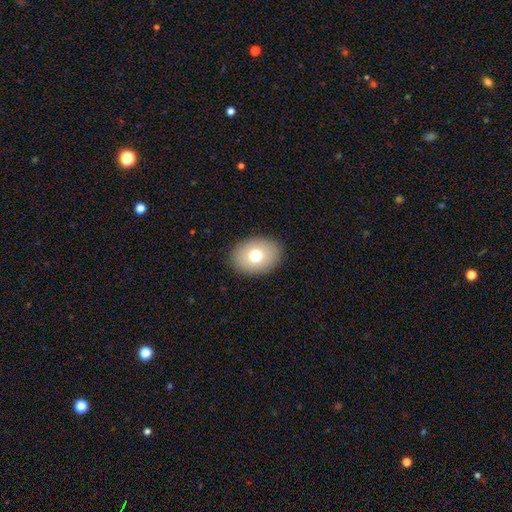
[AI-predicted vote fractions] smooth_or_featured: smooth (p=0.74) [alt: featured or disk p=0.17]
how_rounded: in between (p=0.72) [alt: round p=0.27]
merging: none (p=0.89) [alt: minor disturbance p=0.08]